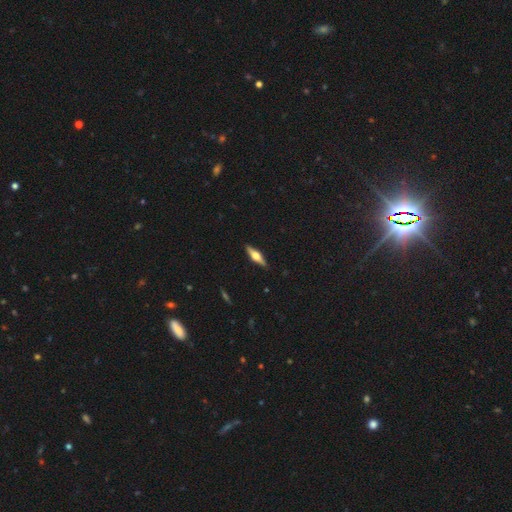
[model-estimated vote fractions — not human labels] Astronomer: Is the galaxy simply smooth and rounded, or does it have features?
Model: featured or disk — 62%.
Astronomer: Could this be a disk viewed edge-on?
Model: yes — 95%.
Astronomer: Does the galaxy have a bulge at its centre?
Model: rounded — 92%.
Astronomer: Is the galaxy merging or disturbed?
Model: none — 89%.